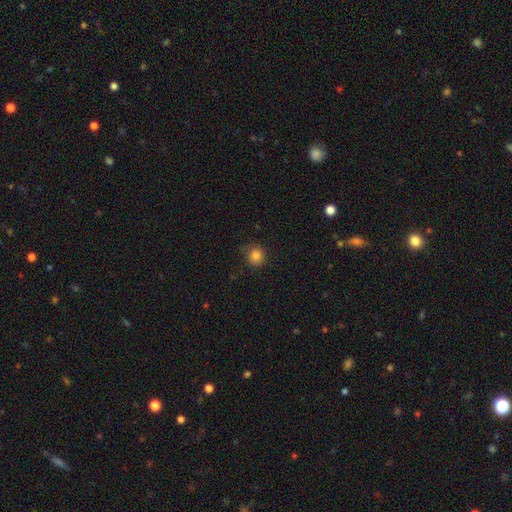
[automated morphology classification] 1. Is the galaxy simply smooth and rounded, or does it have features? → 84% smooth, 12% star or artifact, 4% featured or disk.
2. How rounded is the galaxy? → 90% round, 9% in between, 1% cigar-shaped.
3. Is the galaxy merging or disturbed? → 83% none, 13% minor disturbance, 3% major disturbance, 1% merger.